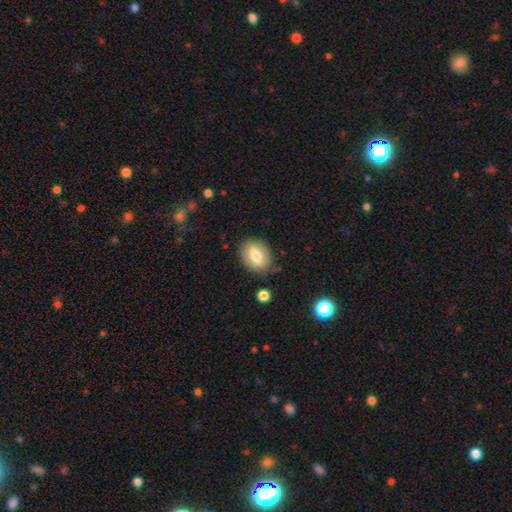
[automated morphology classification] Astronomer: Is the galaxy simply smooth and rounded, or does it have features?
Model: smooth — 71%.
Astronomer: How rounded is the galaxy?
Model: in between — 70%.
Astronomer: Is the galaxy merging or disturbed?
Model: none — 78%.